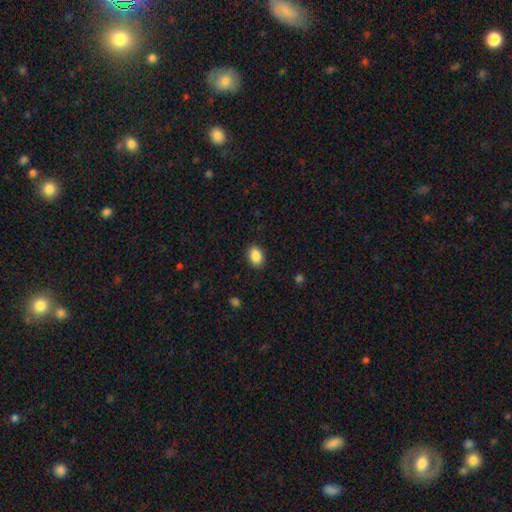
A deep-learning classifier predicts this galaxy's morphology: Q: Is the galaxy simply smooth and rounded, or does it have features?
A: smooth — 88%.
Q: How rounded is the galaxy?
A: in between — 73%.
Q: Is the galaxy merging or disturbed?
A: none — 89%.